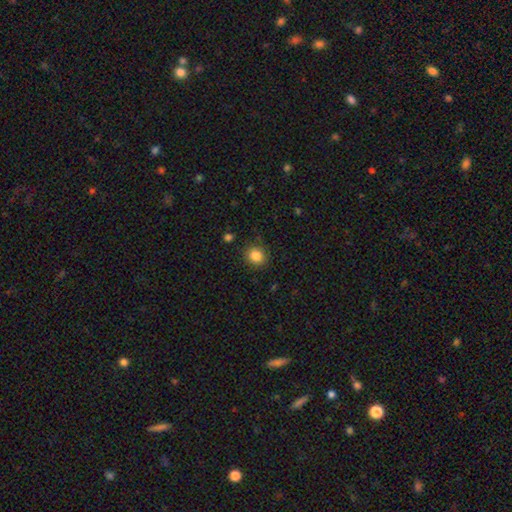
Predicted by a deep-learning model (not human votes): The model was most divided on "how rounded": round: 82%, in between: 17%, cigar-shaped: 1%. More confident: merging — none (89%); smooth or featured — smooth (85%).